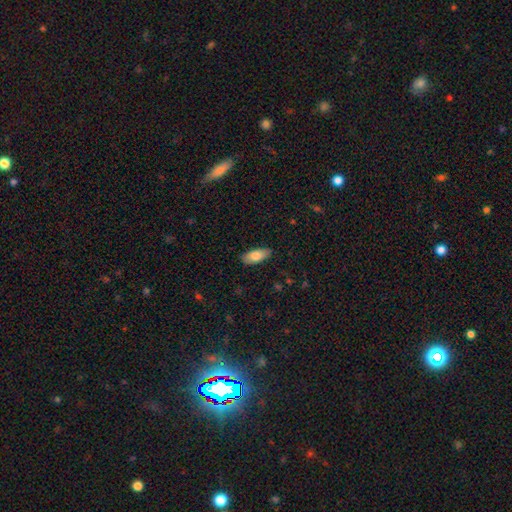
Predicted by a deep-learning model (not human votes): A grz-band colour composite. It shows a smooth galaxy with no disk features (79%) that is in between round and cigar-shaped (84%). Merging: none (86%).